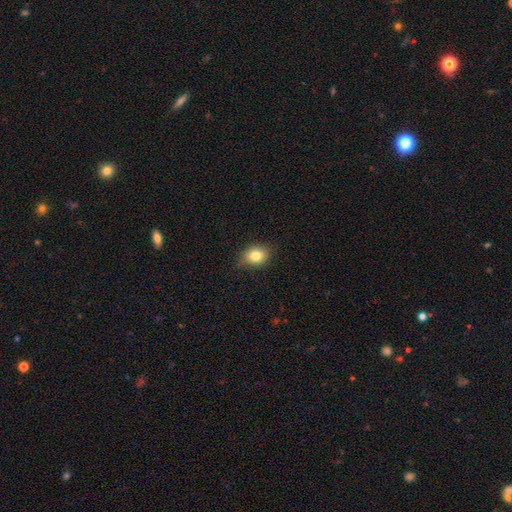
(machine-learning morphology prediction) Smooth or featured: smooth — 82% (star or artifact — 10%)
How rounded: in between — 50% (round — 49%)
Merging: none — 81% (minor disturbance — 15%)